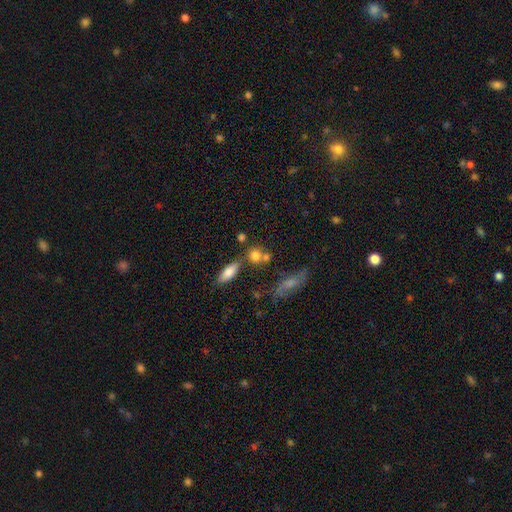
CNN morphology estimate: Smooth or featured: smooth — 77% (featured or disk — 12%)
How rounded: round — 73% (in between — 22%)
Merging: none — 54% (merger — 29%)